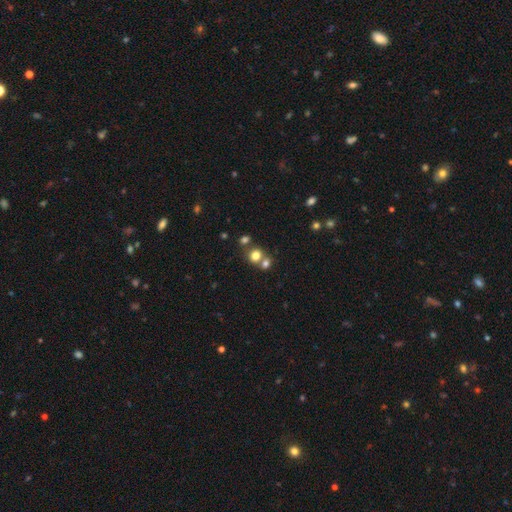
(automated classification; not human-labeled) Smooth or featured? Predicted: smooth (p=0.76). How rounded? Predicted: round (p=0.76). Merging? Predicted: none (p=0.51).